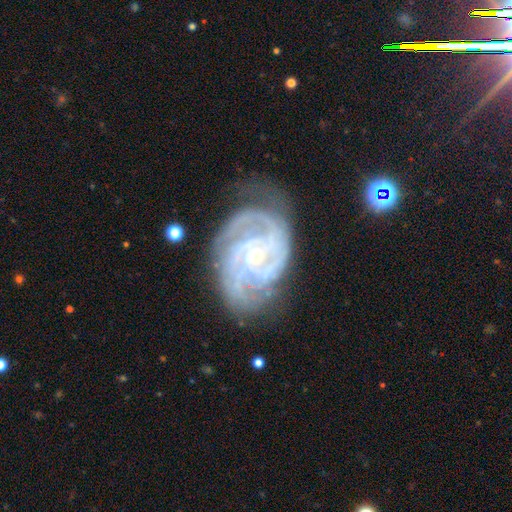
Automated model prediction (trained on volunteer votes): This is clearly a featured or disk galaxy (91%). It is clearly not viewed edge-on (97%). Bar: likely no (61%). Spiral arm pattern: clearly yes (98%). Spiral arm count: marginally 3 (28%). Spiral winding: likely tight (69%). Central bulge: likely small (76%). Merging: likely none (69%).